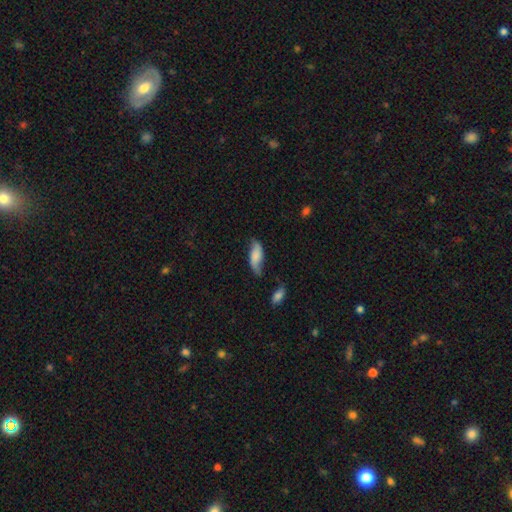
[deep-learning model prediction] The model was most divided on "merging": none: 54%, minor disturbance: 30%, major disturbance: 11%, merger: 5%. More confident: how rounded — in between (78%); smooth or featured — smooth (59%).